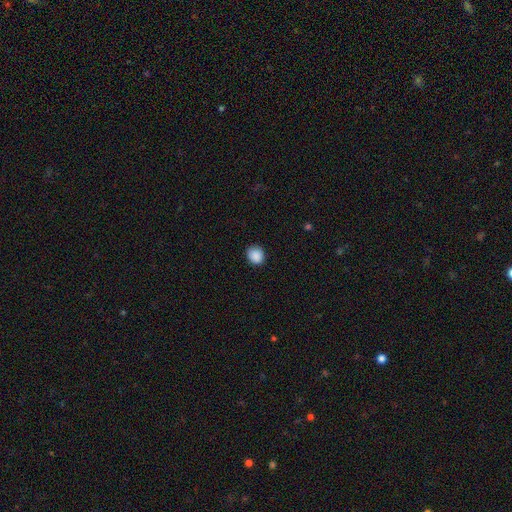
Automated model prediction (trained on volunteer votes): This appears to be a smooth galaxy with no disk features (89%) that is round (79%). Merging: none (88%).